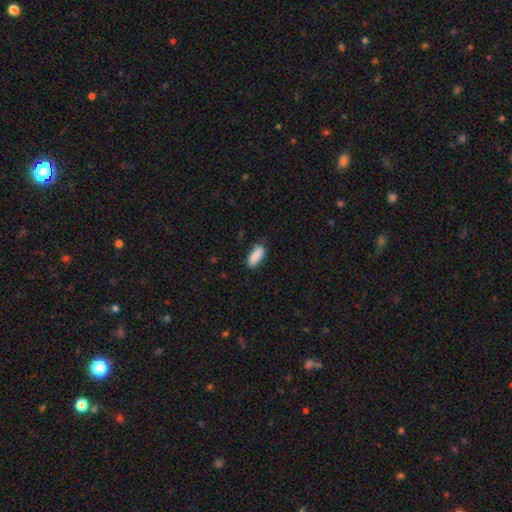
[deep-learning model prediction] Smooth or featured: smooth — 88% (star or artifact — 7%)
How rounded: in between — 75% (cigar-shaped — 23%)
Merging: none — 75% (minor disturbance — 20%)